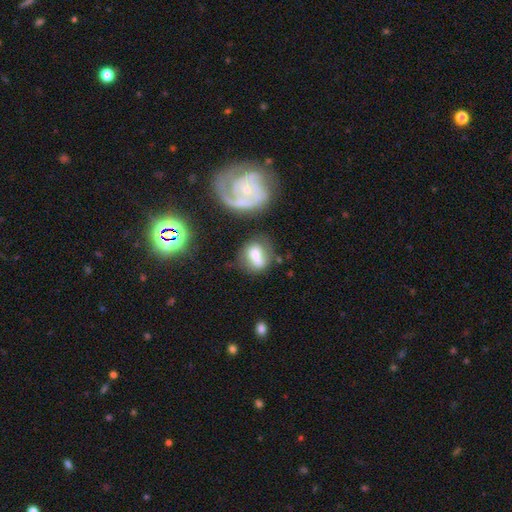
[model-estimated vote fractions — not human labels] smooth_or_featured: smooth (p=0.59) [alt: featured or disk p=0.32]
how_rounded: in between (p=0.57) [alt: round p=0.37]
merging: none (p=0.50) [alt: minor disturbance p=0.24]